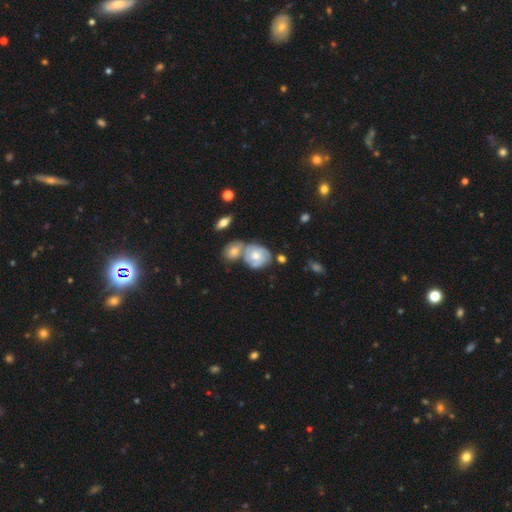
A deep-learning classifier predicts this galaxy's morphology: This is possibly a featured or disk galaxy (56%). It is clearly not viewed edge-on (95%). Bar: clearly no (80%). Spiral arm pattern: likely yes (71%). Central bulge: likely moderate (68%). Merging: marginally merger (43%).